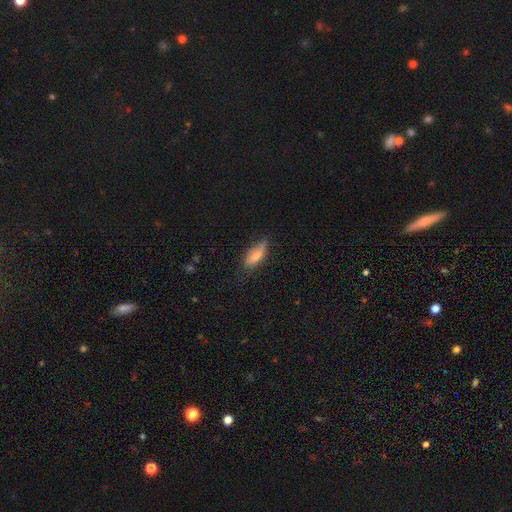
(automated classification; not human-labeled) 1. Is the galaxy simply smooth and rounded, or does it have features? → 66% smooth, 26% featured or disk, 8% star or artifact.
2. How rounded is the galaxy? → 67% in between, 31% cigar-shaped, 3% round.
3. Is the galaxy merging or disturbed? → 57% none, 32% minor disturbance, 9% major disturbance, 2% merger.